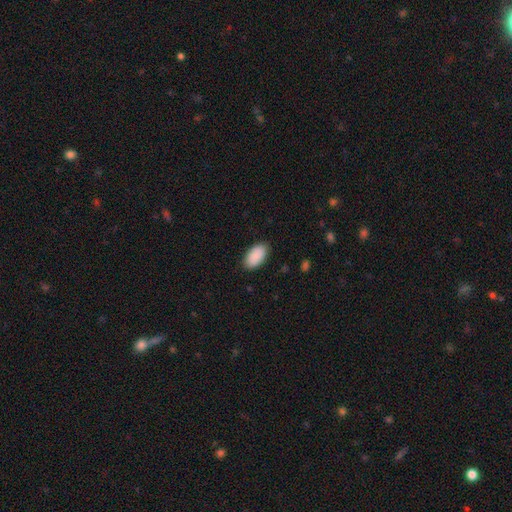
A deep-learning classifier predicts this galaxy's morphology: This is clearly a smooth galaxy (91%). How rounded: clearly in between (96%). Merging: clearly none (87%).